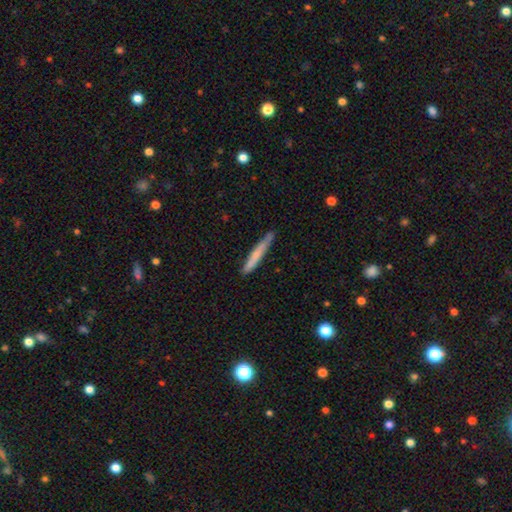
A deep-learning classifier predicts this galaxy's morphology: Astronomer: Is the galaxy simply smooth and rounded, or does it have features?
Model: smooth — 67%.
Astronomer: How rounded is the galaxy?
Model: cigar-shaped — 96%.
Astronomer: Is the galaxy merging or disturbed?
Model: none — 79%.